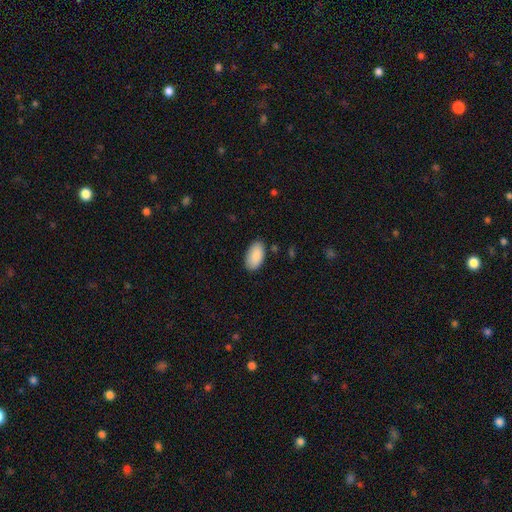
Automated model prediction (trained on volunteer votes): Q: Smooth or featured?
A: smooth (90%); runner-up: star or artifact (6%)
Q: How rounded?
A: in between (95%); runner-up: round (3%)
Q: Merging?
A: none (85%); runner-up: minor disturbance (11%)